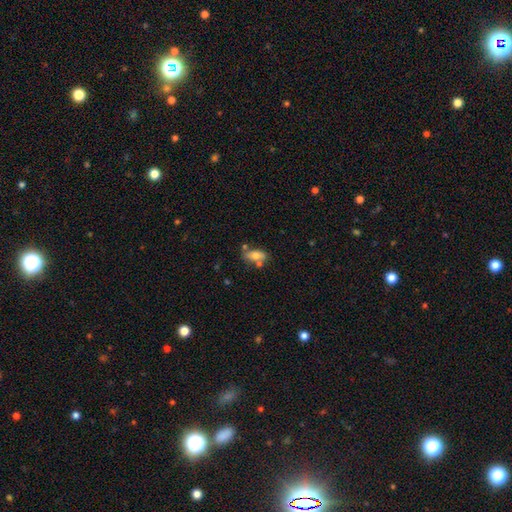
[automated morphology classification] smooth 66%, featured or disk 26%, star or artifact 8%. Down the decision tree: how rounded — in between (83%); merging — none (60%).